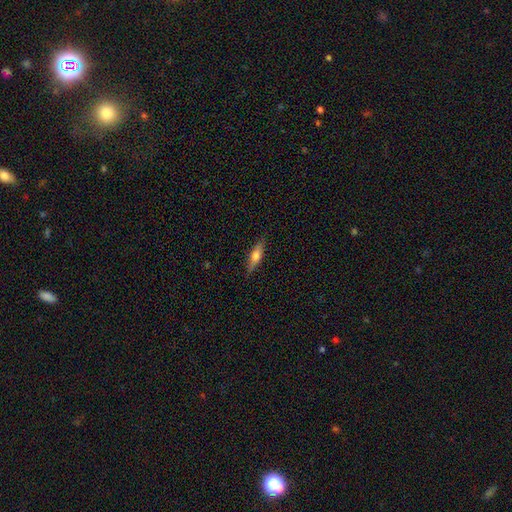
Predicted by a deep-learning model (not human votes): Morphology: type=smooth (52%); roundness=cigar-shaped (62%); merging=none (86%).